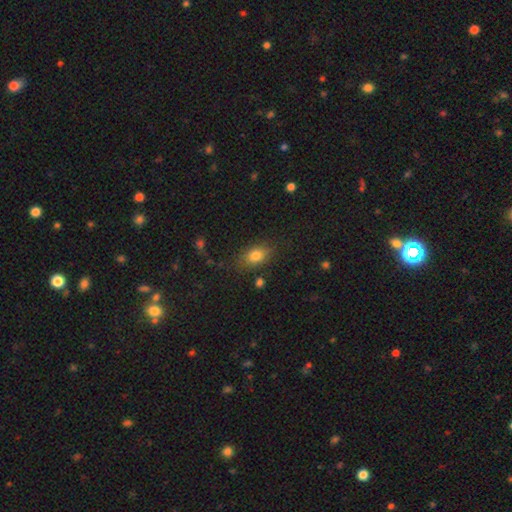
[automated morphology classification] smooth_or_featured: smooth (p=0.79) [alt: featured or disk p=0.11]
how_rounded: in between (p=0.80) [alt: round p=0.16]
merging: none (p=0.76) [alt: minor disturbance p=0.16]